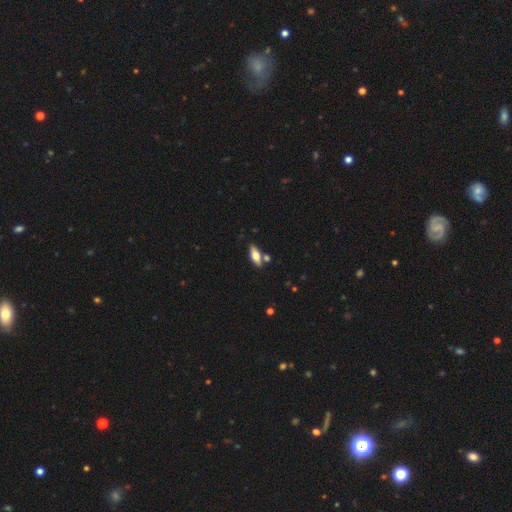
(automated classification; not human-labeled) A smooth galaxy with no disk features (63%) that is in between round and cigar-shaped (71%). Merging: none (75%).